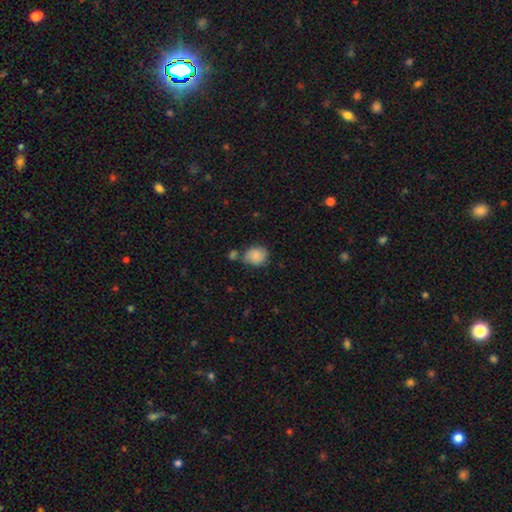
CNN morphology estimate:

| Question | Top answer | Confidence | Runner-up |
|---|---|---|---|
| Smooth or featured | smooth | 76% | featured or disk (16%) |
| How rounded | round | 62% | in between (37%) |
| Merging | none | 56% | minor disturbance (22%) |